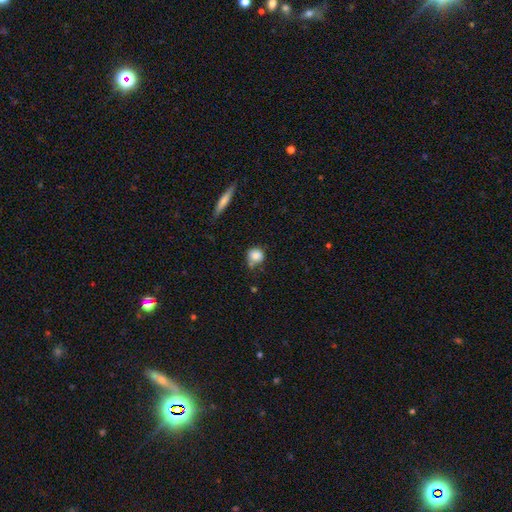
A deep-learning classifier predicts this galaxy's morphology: Smooth or featured? smooth (83%)
How rounded? round (84%)
Merging? none (58%)